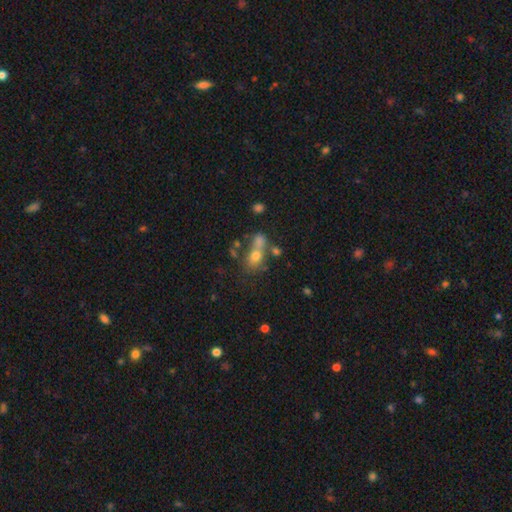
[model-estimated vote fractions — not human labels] Smooth or featured? smooth (66%)
How rounded? in between (60%)
Merging? merger (46%)